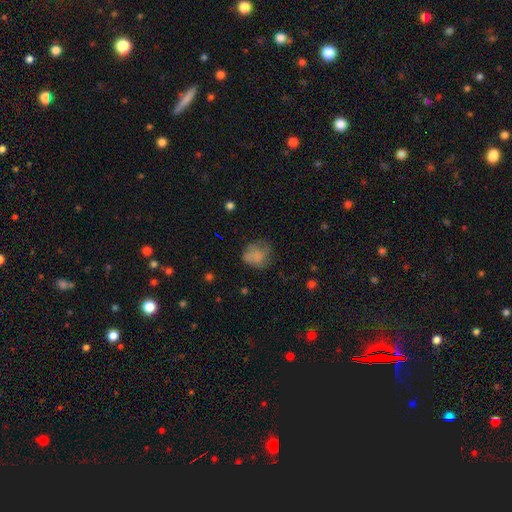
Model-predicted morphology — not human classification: This appears to be a smooth galaxy with no disk features (66%) that is round (70%). Merging: none (53%).